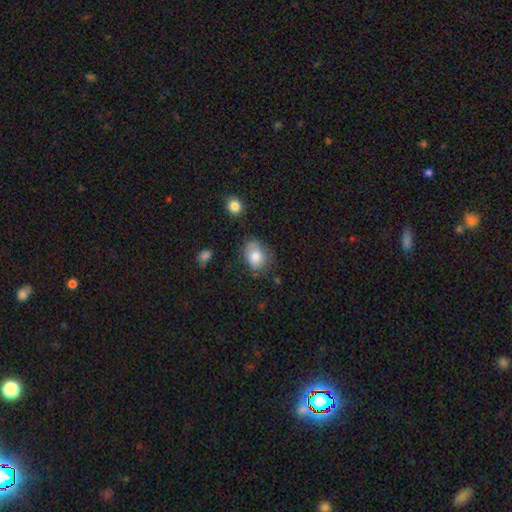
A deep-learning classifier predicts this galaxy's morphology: smooth 79%, featured or disk 12%, star or artifact 8%. Down the decision tree: how rounded — in between (61%); merging — none (59%).